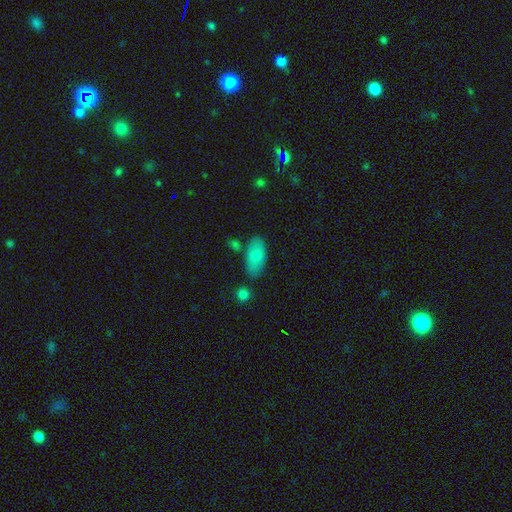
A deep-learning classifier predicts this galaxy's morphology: The model was most divided on "merging": none: 77%, minor disturbance: 14%, merger: 6%, major disturbance: 3%. More confident: how rounded — in between (93%); smooth or featured — smooth (80%).